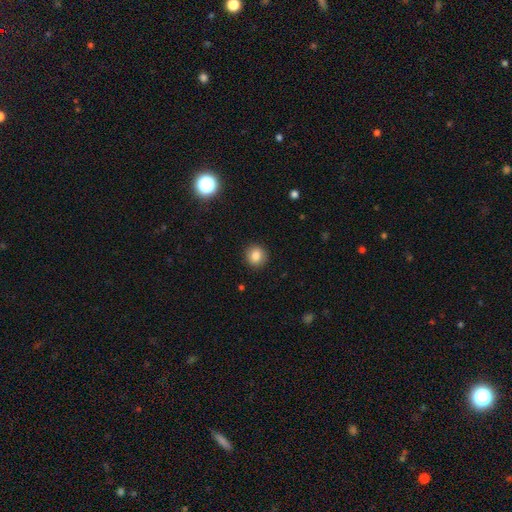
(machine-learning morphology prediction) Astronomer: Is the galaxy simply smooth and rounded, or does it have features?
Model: smooth — 84%.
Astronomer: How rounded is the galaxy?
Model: round — 89%.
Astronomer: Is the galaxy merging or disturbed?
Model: none — 91%.